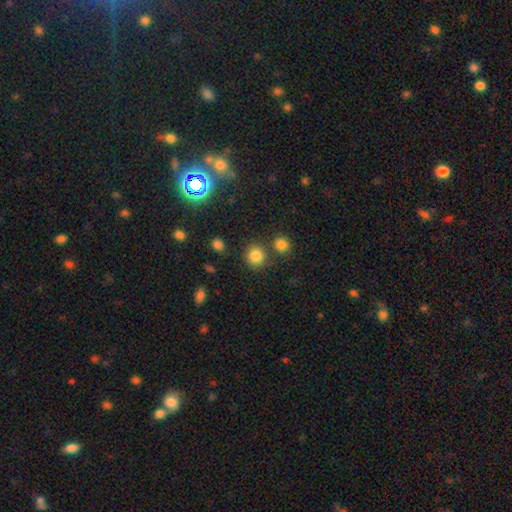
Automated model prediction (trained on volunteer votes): Smooth or featured: smooth — 82% (star or artifact — 13%)
How rounded: round — 89% (in between — 10%)
Merging: none — 76% (merger — 12%)